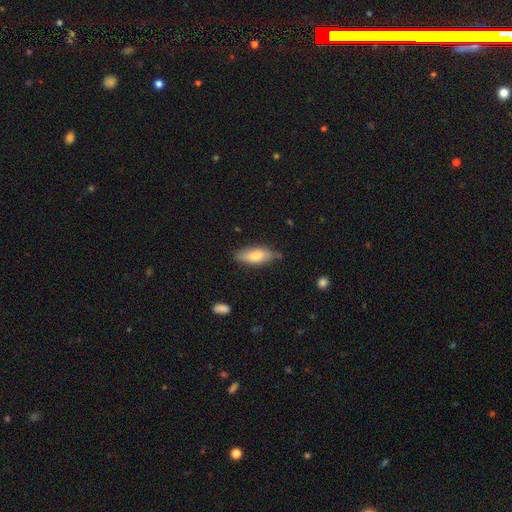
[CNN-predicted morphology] Overall: smooth (70%). How rounded: in between (73%). Merging: none (71%).